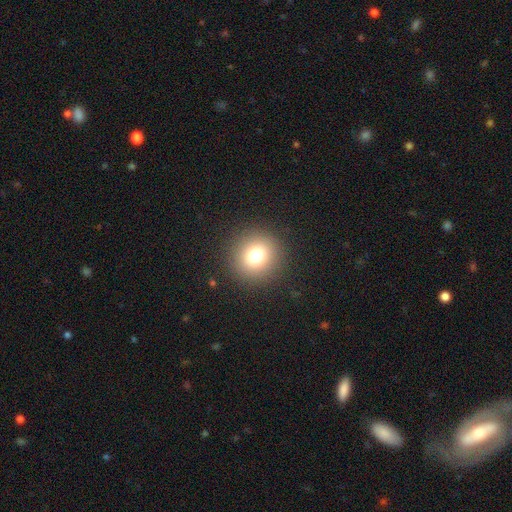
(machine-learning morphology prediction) Smooth or featured: smooth — 77% (star or artifact — 14%)
How rounded: round — 93% (in between — 6%)
Merging: none — 91% (minor disturbance — 5%)